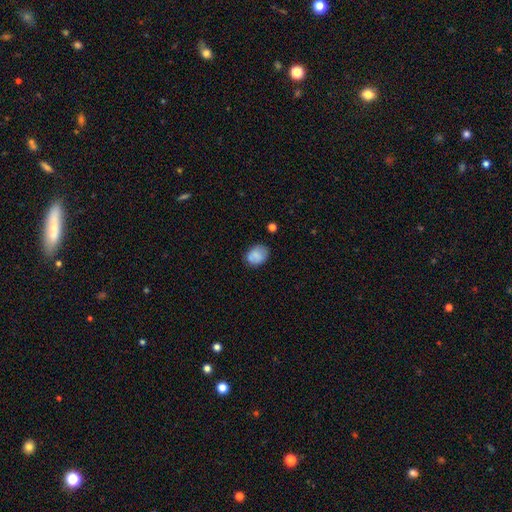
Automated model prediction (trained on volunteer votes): The model was most divided on "how rounded": in between: 60%, round: 39%, cigar-shaped: 1%. More confident: smooth or featured — smooth (80%); merging — none (71%).